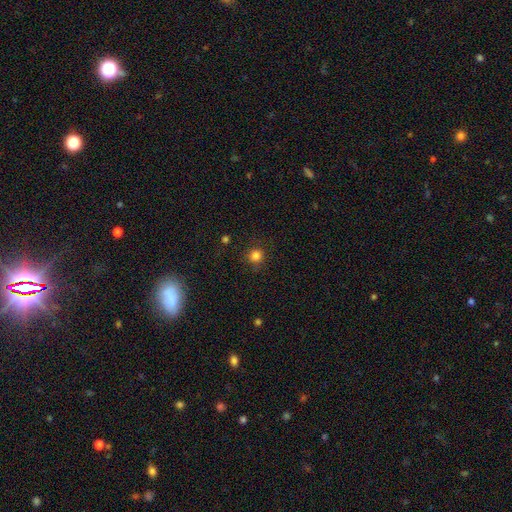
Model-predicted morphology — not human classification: A smooth galaxy with no disk features (82%) that is round (92%). Merging: none (86%).